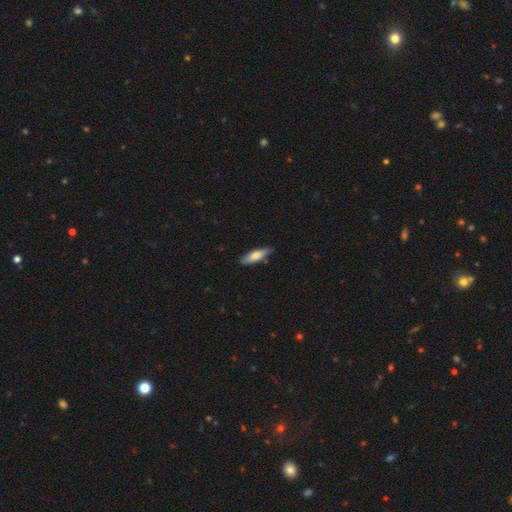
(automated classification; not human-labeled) Smooth or featured: smooth — 75% (featured or disk — 19%)
How rounded: cigar-shaped — 54% (in between — 45%)
Merging: none — 78% (minor disturbance — 18%)